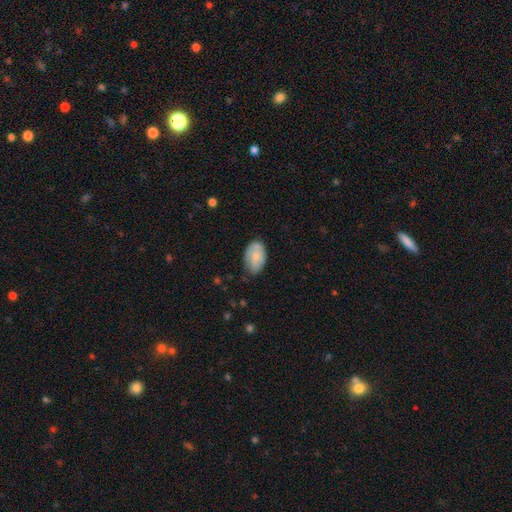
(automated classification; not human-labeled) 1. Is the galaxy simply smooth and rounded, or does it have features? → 70% smooth, 23% featured or disk, 7% star or artifact.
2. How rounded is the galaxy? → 92% in between, 7% round, 1% cigar-shaped.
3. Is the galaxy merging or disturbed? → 70% none, 23% minor disturbance, 5% major disturbance, 2% merger.